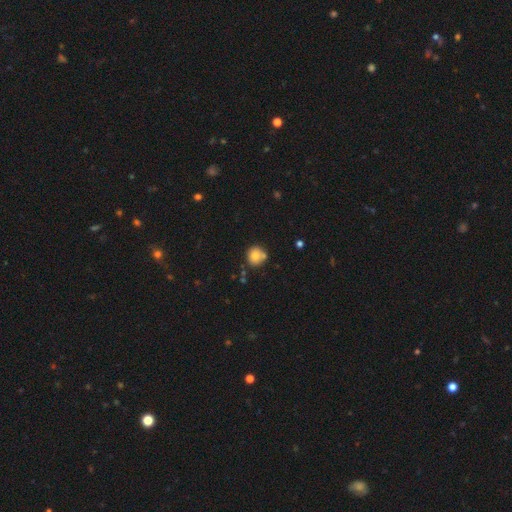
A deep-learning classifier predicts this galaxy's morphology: A smooth galaxy with no disk features (79%) that is round (88%). Merging: none (64%).